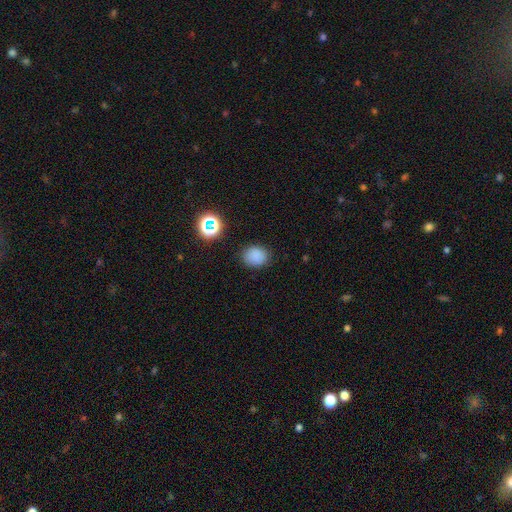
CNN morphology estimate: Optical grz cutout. It shows a smooth galaxy with no disk features (81%) that is round (59%). Merging: none (83%).